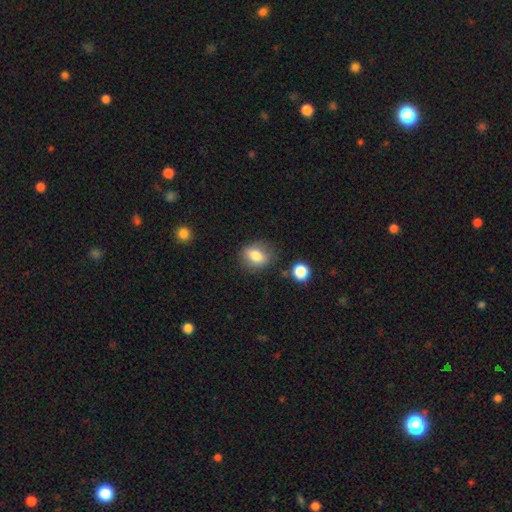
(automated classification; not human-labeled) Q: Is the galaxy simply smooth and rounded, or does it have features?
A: smooth — 78%.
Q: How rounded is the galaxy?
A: in between — 55%.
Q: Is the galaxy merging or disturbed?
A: none — 78%.